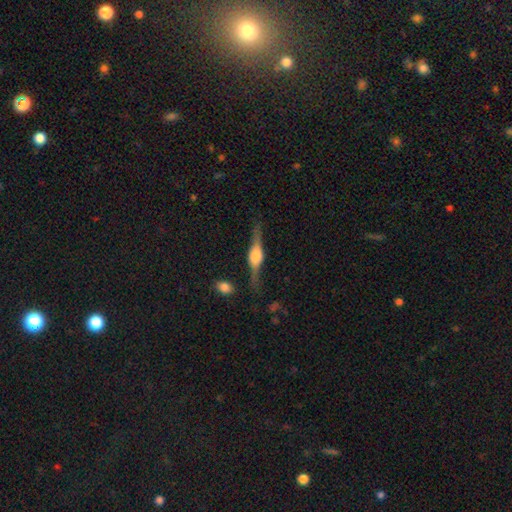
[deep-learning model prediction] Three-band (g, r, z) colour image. It shows a featured or disk galaxy (81%) viewed edge-on (97%) with a rounded central bulge (89%). Merging: none (80%).